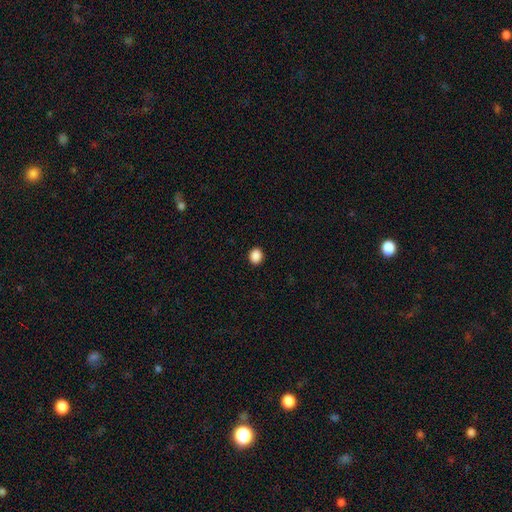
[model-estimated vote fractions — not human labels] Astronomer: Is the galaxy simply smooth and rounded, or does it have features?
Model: smooth — 89%.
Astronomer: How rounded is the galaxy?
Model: round — 64%.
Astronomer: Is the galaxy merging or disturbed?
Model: none — 92%.